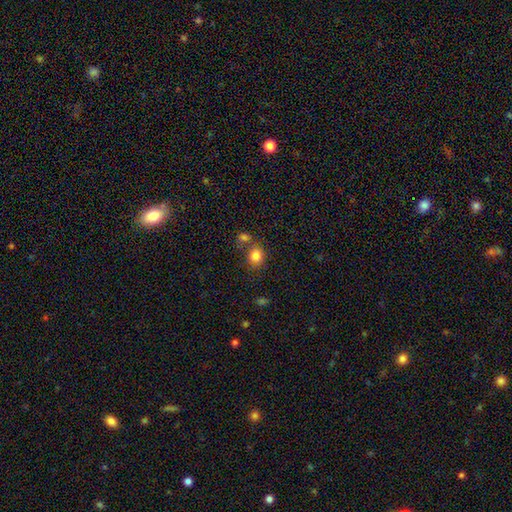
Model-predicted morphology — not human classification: Q: Smooth or featured?
A: smooth (83%); runner-up: star or artifact (11%)
Q: How rounded?
A: round (74%); runner-up: in between (25%)
Q: Merging?
A: none (62%); runner-up: merger (22%)